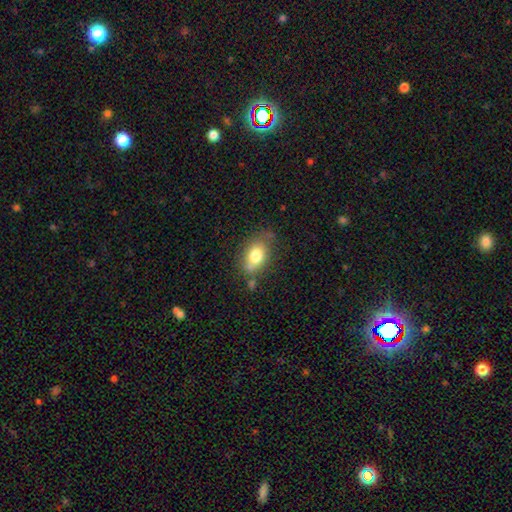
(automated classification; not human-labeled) Morphology: type=smooth (75%); roundness=in between (85%); merging=none (59%).